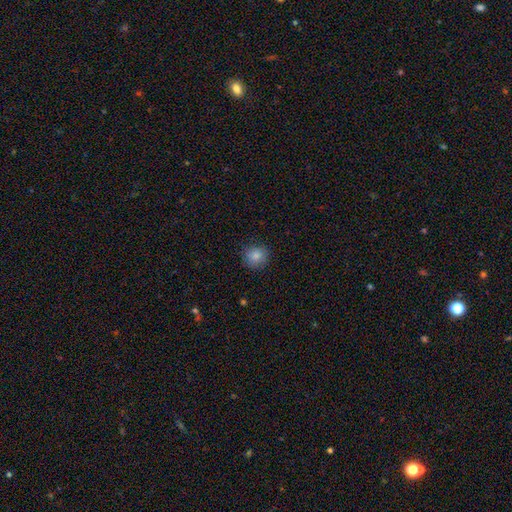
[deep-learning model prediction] A smooth galaxy with no disk features (85%) that is round (86%).

Vote fractions:
- Smooth or featured? smooth: 85% / star or artifact: 10% / featured or disk: 6%
- How rounded? round: 86% / in between: 13% / cigar-shaped: 1%
- Merging? none: 84% / minor disturbance: 12% / major disturbance: 3% / merger: 1%